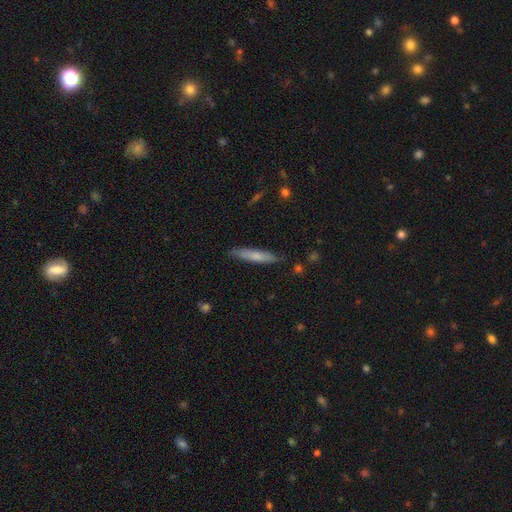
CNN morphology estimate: Smooth or featured? Predicted: smooth (p=0.70). How rounded? Predicted: cigar-shaped (p=0.90). Merging? Predicted: none (p=0.85).